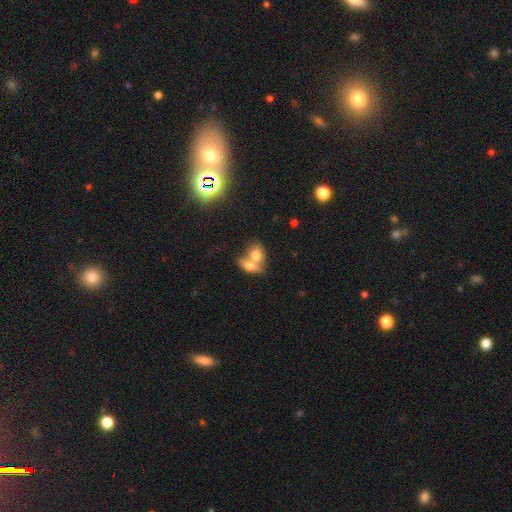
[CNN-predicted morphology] Smooth or featured? Predicted: smooth (p=0.69). How rounded? Predicted: in between (p=0.68). Merging? Predicted: merger (p=0.68).